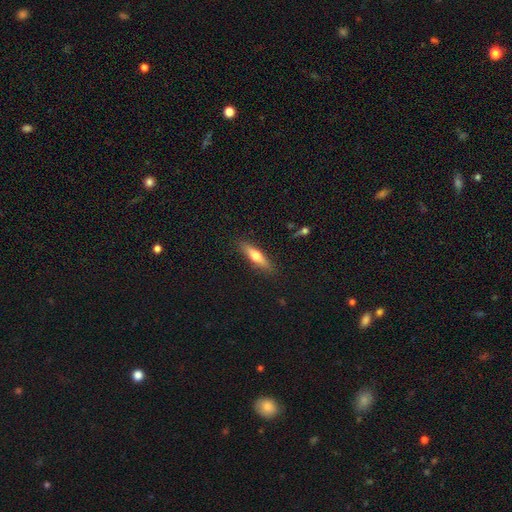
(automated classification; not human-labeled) smooth_or_featured: smooth (p=0.57) [alt: featured or disk p=0.37]
how_rounded: cigar-shaped (p=0.74) [alt: in between p=0.24]
merging: none (p=0.87) [alt: minor disturbance p=0.10]